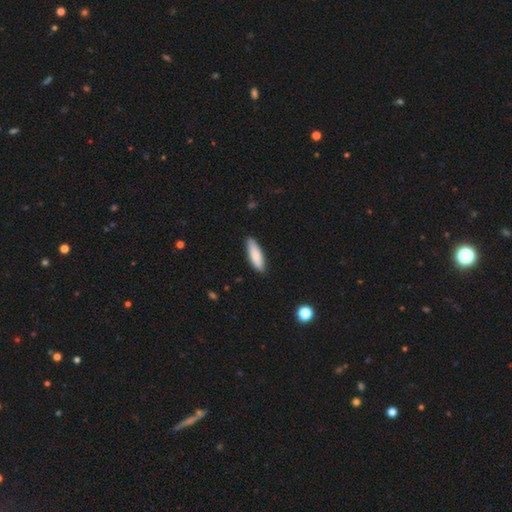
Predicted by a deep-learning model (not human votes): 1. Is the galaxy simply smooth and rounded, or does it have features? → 84% smooth, 11% featured or disk, 6% star or artifact.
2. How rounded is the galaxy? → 57% cigar-shaped, 41% in between, 2% round.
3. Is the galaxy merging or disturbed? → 86% none, 11% minor disturbance, 2% major disturbance, 1% merger.